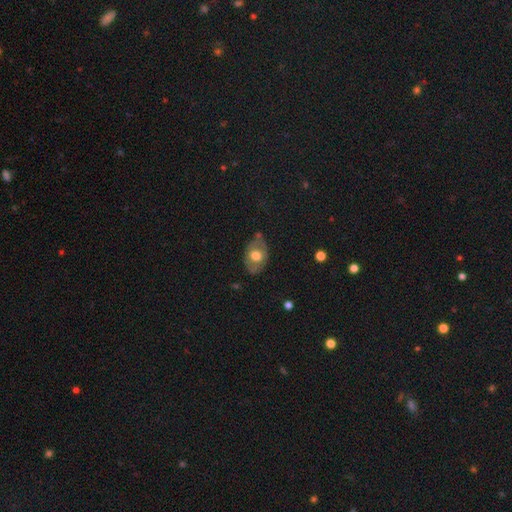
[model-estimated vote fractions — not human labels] This appears to be a smooth galaxy with no disk features (54%) that is in between round and cigar-shaped (78%). Merging: none (67%).